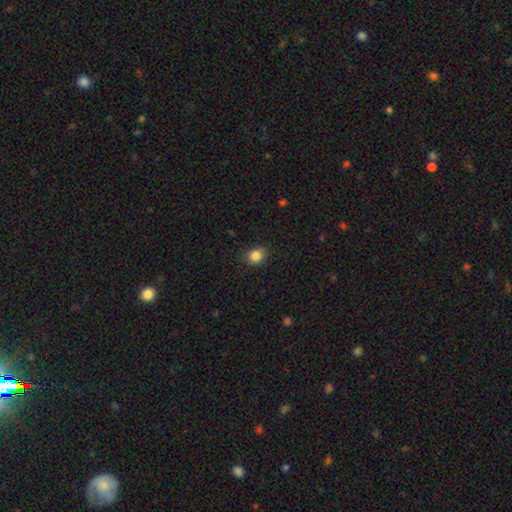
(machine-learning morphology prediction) Smooth or featured: smooth — 85% (star or artifact — 10%)
How rounded: round — 66% (in between — 33%)
Merging: none — 85% (minor disturbance — 12%)